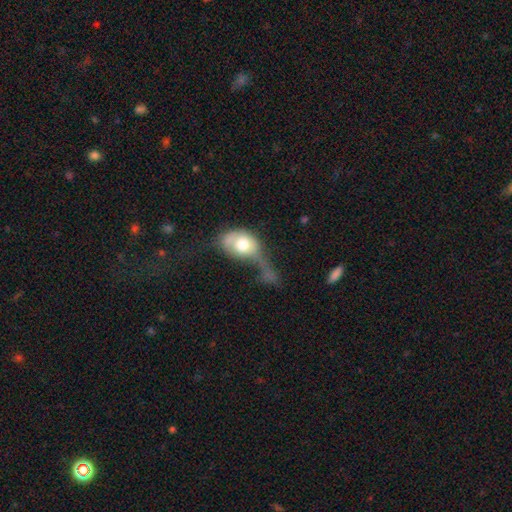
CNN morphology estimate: Smooth or featured? smooth (49%)
Merging? major disturbance (44%)